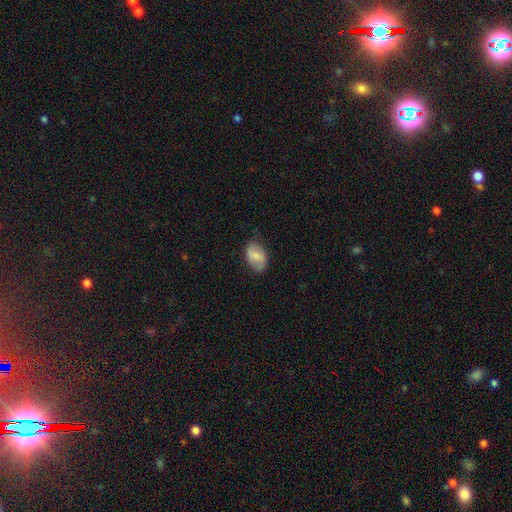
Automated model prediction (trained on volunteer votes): smooth_or_featured: smooth (p=0.68) [alt: featured or disk p=0.25]
how_rounded: in between (p=0.88) [alt: round p=0.11]
merging: none (p=0.73) [alt: minor disturbance p=0.21]